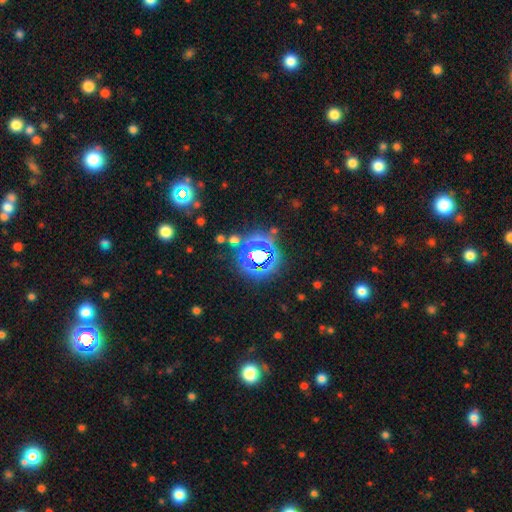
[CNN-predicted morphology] star or artifact 66%, smooth 24%, featured or disk 10%.